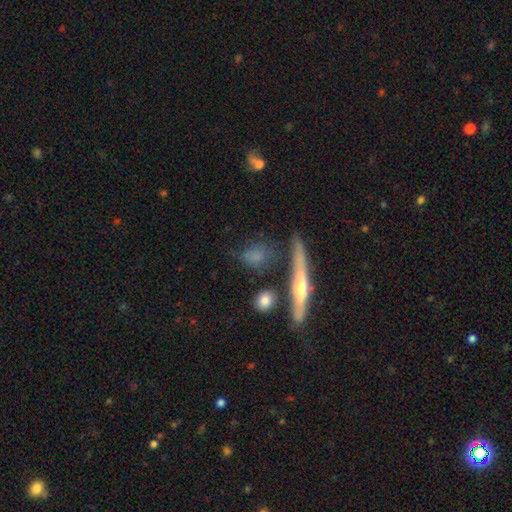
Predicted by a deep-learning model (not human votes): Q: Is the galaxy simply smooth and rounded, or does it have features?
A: smooth — 60%.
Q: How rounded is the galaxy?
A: in between — 39%.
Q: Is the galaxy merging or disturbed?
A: none — 63%.